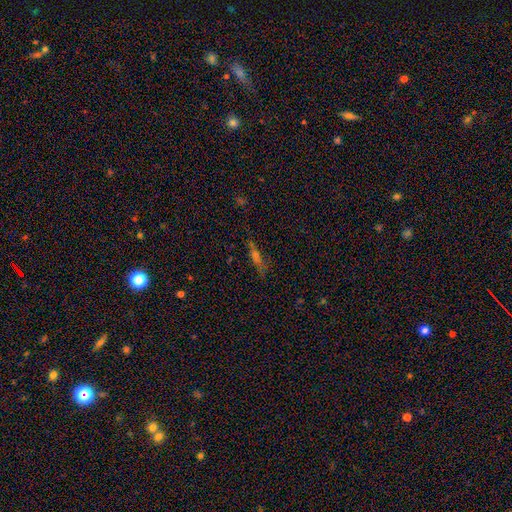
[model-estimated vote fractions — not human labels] Smooth or featured?
  - smooth: 37% *
  - featured or disk: 34%
  - star or artifact: 28%
Merging?
  - none: 74% *
  - minor disturbance: 16%
  - major disturbance: 6%
  - merger: 4%